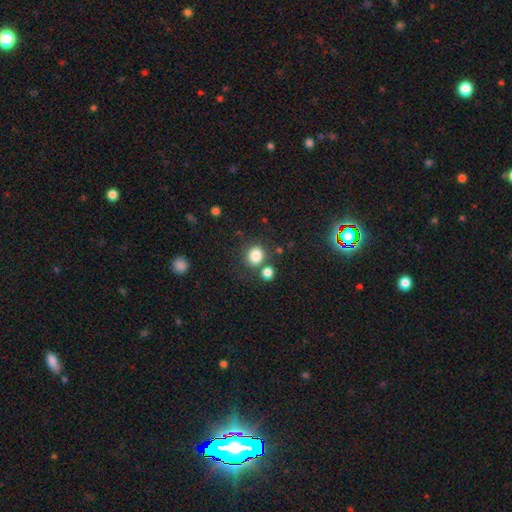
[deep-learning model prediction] Smooth or featured? smooth (83%)
How rounded? round (78%)
Merging? none (71%)